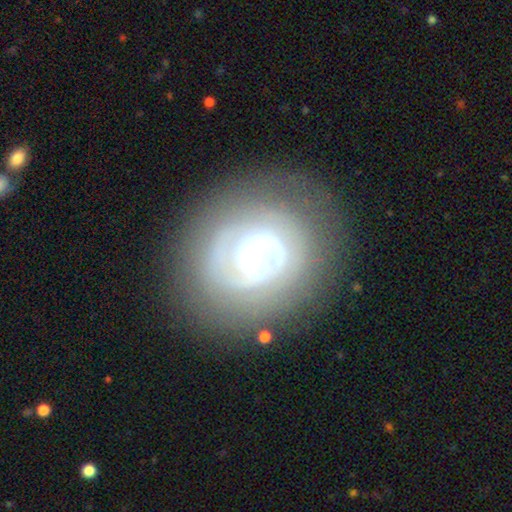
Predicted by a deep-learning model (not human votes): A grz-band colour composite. It shows a featured or disk galaxy (72%) with a strong bar (41%), spiral arms (55%) and a small central bulge (45%). Merging: none (72%).